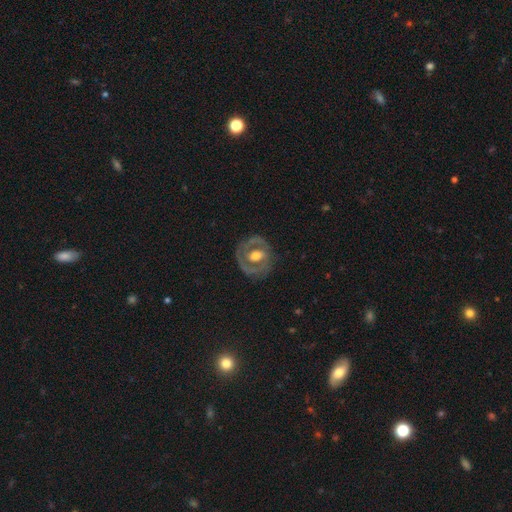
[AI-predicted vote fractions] Smooth or featured? featured or disk (72%)
Edge-on disk? no (96%)
Bar? no (50%)
Spiral arms? yes (53%)
Bulge size? moderate (67%)
Merging? none (73%)